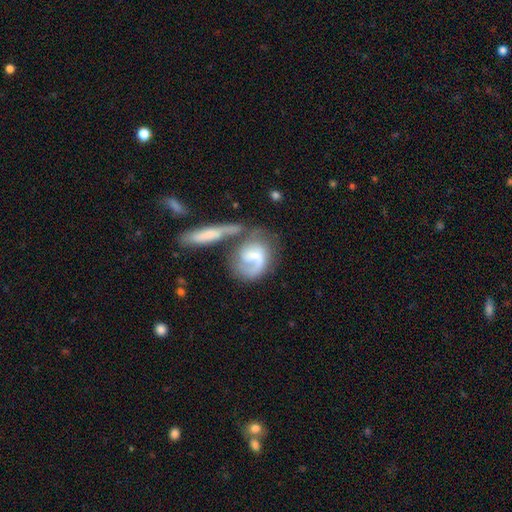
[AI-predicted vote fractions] The model was most divided on "bulge size": none: 34%, moderate: 28%, small: 25%, large: 10%, dominant: 3%. Remaining: edge-on disk — no (94%); spiral arms — yes (83%); smooth or featured — featured or disk (62%); bar — no (52%); merging — merger (39%).